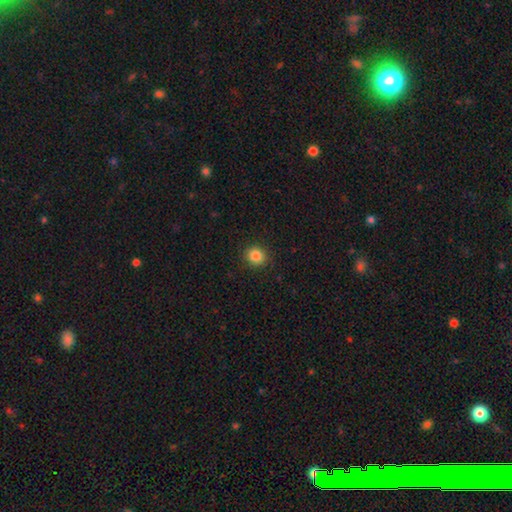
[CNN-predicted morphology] Smooth or featured: smooth — 85% (star or artifact — 11%)
How rounded: round — 83% (in between — 16%)
Merging: none — 90% (minor disturbance — 7%)